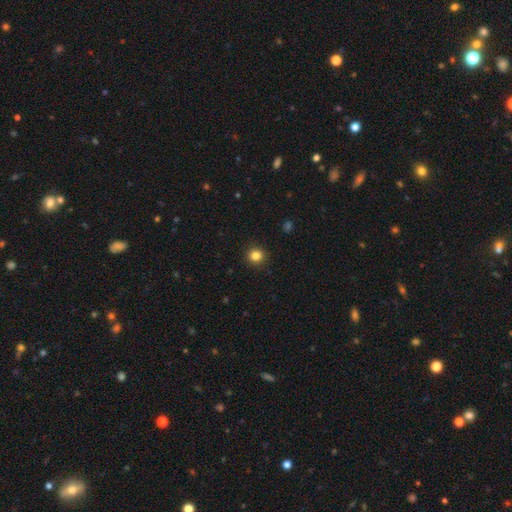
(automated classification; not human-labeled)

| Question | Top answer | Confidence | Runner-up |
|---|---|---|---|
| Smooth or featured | smooth | 84% | star or artifact (12%) |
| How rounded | round | 89% | in between (10%) |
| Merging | none | 92% | minor disturbance (5%) |